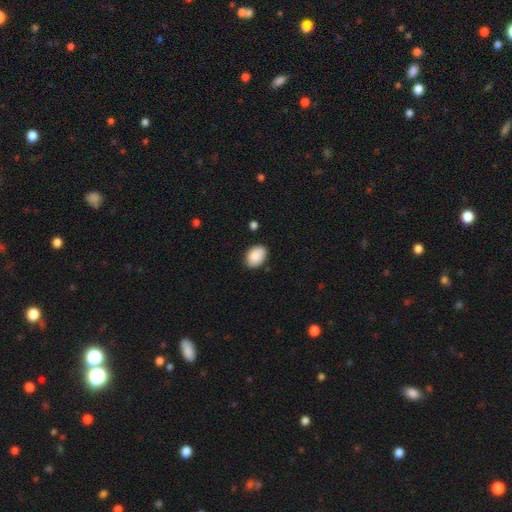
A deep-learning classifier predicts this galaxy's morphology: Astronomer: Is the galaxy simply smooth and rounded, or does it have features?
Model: smooth — 88%.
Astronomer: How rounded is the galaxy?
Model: in between — 82%.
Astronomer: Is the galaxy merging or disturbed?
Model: none — 83%.